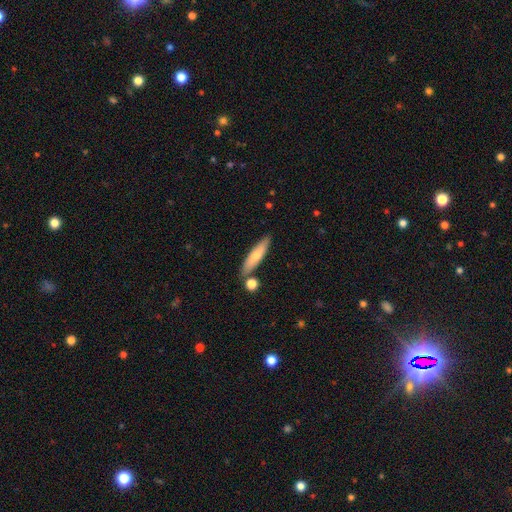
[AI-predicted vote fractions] Smooth or featured: smooth — 63% (featured or disk — 31%)
How rounded: cigar-shaped — 79% (in between — 19%)
Merging: none — 78% (minor disturbance — 11%)